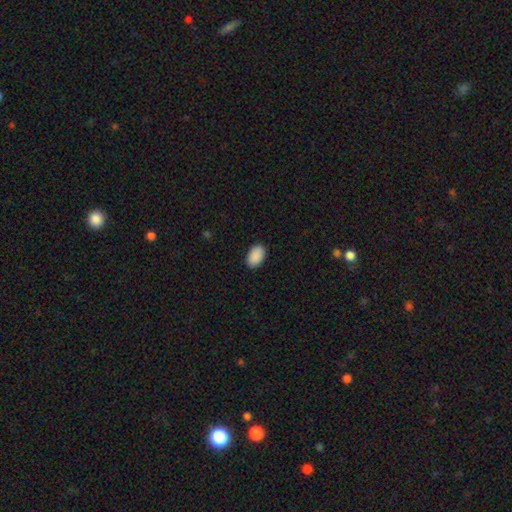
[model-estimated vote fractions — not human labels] smooth-or-featured: smooth: 91% | star or artifact: 7% | featured or disk: 2%
  how-rounded: in between: 92% | round: 6% | cigar-shaped: 1%
  merging: none: 89% | minor disturbance: 8% | major disturbance: 2% | merger: 1%